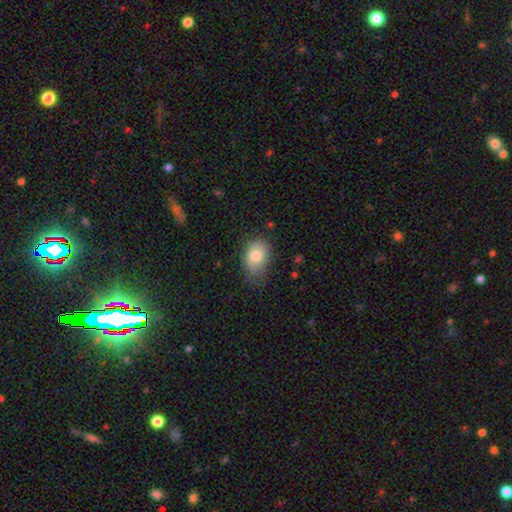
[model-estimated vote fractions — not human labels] smooth_or_featured: smooth (p=0.78) [alt: featured or disk p=0.13]
how_rounded: in between (p=0.74) [alt: round p=0.25]
merging: none (p=0.57) [alt: minor disturbance p=0.32]